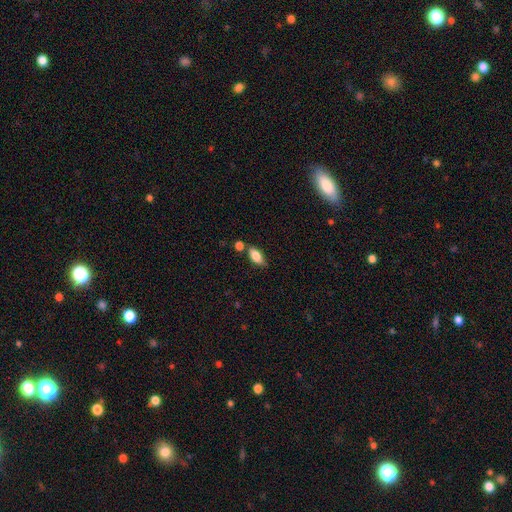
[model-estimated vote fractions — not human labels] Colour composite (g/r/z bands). It shows a smooth galaxy with no disk features (81%) that is in between round and cigar-shaped (87%). Merging: none (67%).